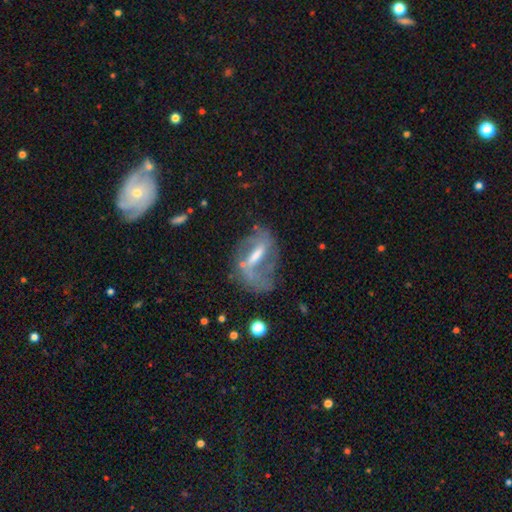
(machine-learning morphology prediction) A featured or disk galaxy (72%) with a strong bar (49%), spiral arms (73%) and a moderate central bulge (46%). Merging: none (49%).